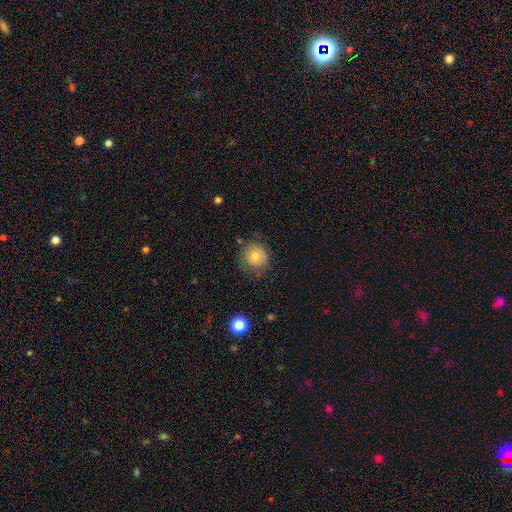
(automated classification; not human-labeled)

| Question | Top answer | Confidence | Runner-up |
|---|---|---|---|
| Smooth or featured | smooth | 75% | featured or disk (15%) |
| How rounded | round | 90% | in between (9%) |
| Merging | none | 74% | minor disturbance (19%) |